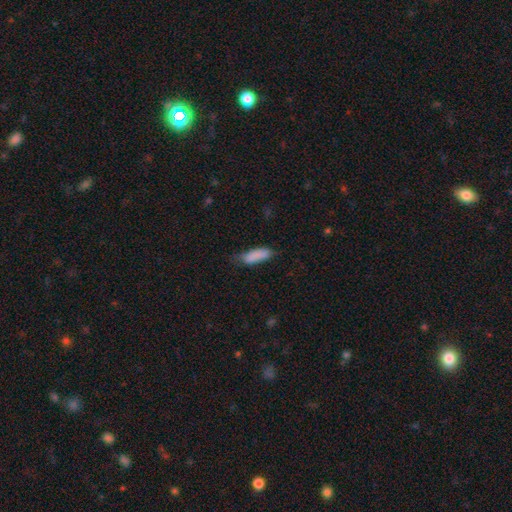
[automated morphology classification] The model was most divided on "merging": none: 54%, minor disturbance: 33%, major disturbance: 11%, merger: 3%. More confident: smooth or featured — smooth (84%); how rounded — in between (60%).